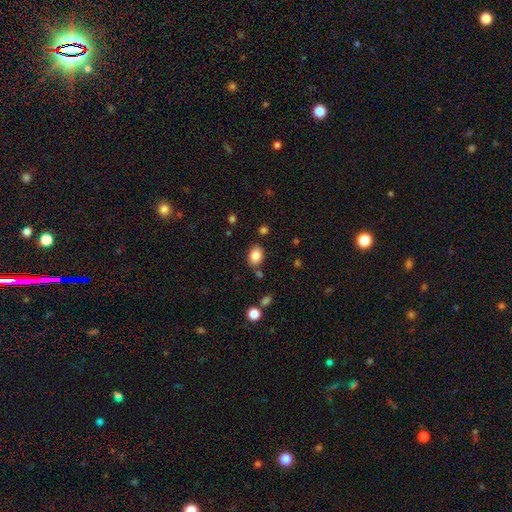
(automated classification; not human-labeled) Smooth or featured?
  - smooth: 85% *
  - star or artifact: 9%
  - featured or disk: 6%
How rounded?
  - in between: 71% *
  - round: 28%
  - cigar-shaped: 1%
Merging?
  - none: 78% *
  - minor disturbance: 13%
  - merger: 6%
  - major disturbance: 4%